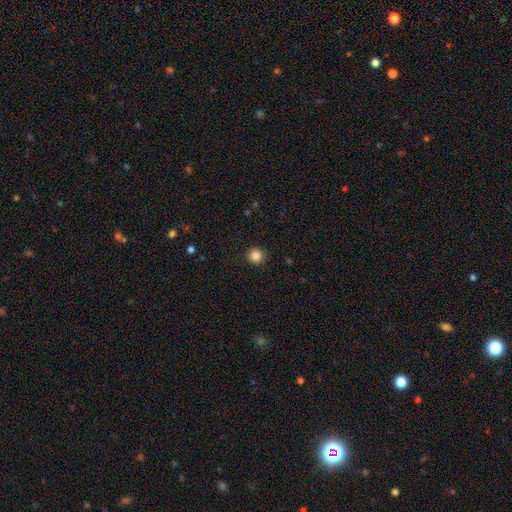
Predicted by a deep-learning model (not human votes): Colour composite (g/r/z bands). It shows a smooth galaxy with no disk features (86%) that is round (95%). Merging: none (92%).